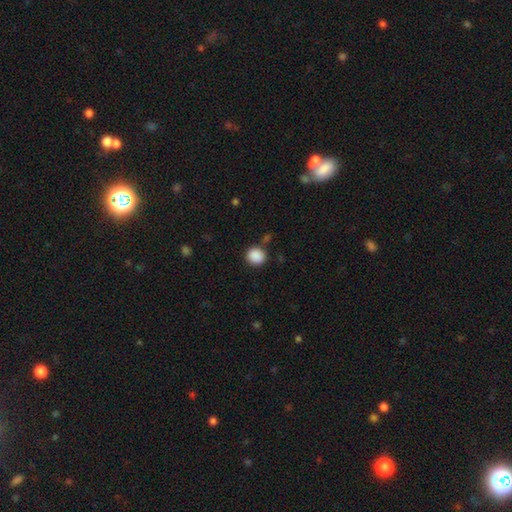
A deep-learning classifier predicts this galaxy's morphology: Smooth or featured: smooth — 89% (star or artifact — 9%)
How rounded: round — 84% (in between — 15%)
Merging: none — 83% (minor disturbance — 10%)